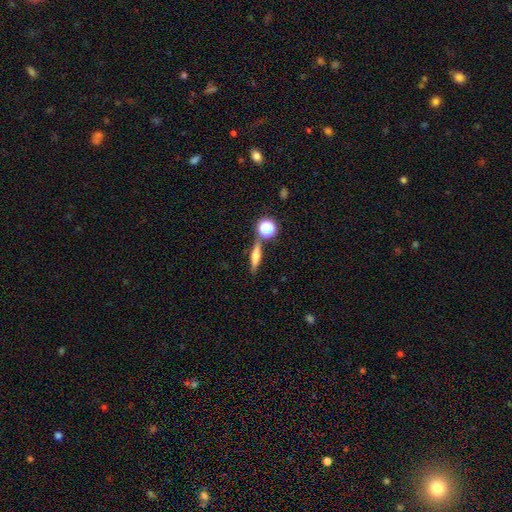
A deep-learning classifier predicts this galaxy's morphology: smooth_or_featured: smooth (p=0.45) [alt: featured or disk p=0.43]
merging: none (p=0.77) [alt: merger p=0.11]